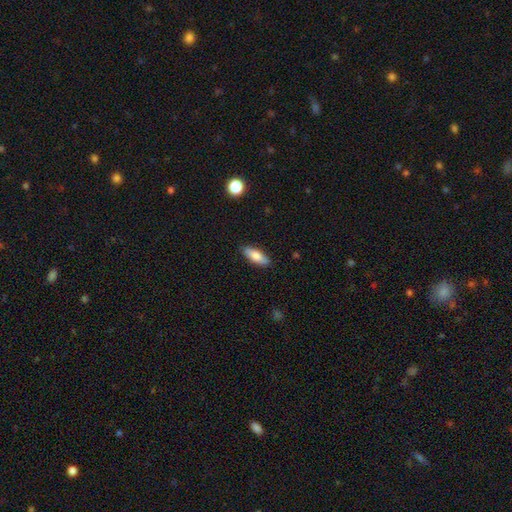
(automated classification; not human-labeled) A smooth galaxy with no disk features (78%) that is in between round and cigar-shaped (65%). Merging: none (87%).